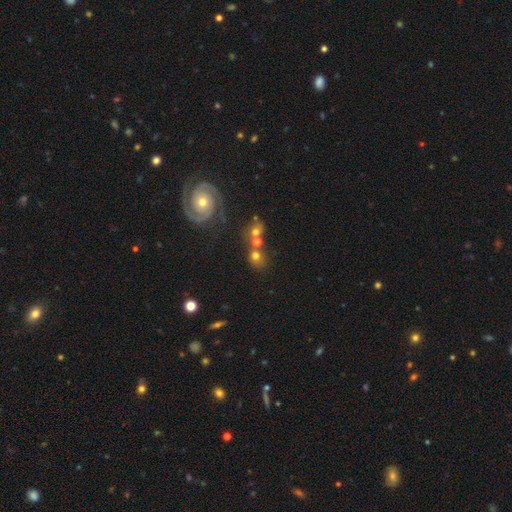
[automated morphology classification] Overall: smooth (57%; featured or disk 24%). How rounded: round (70%). Merging: none (46%; merger 36%).